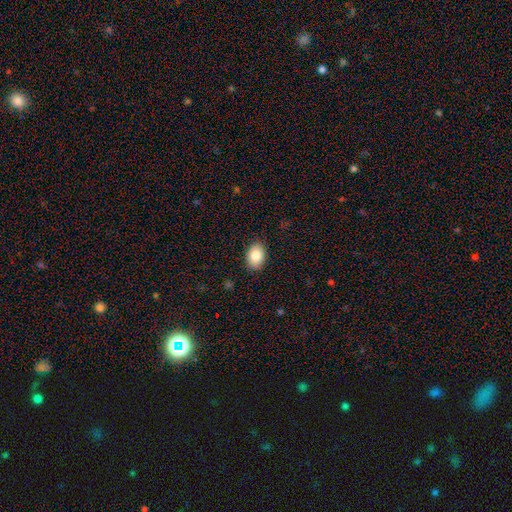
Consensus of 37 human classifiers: Q: Smooth or featured?
A: smooth (95%); runner-up: star or artifact (5%)
Q: How rounded?
A: in between (66%); runner-up: round (34%)
Q: Merging?
A: none (80%); runner-up: minor disturbance (20%)